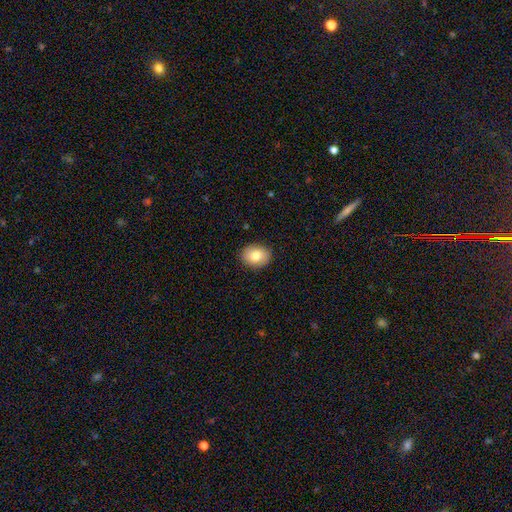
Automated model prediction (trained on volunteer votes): Smooth or featured? Predicted: smooth (p=0.80). How rounded? Predicted: in between (p=0.59). Merging? Predicted: none (p=0.89).